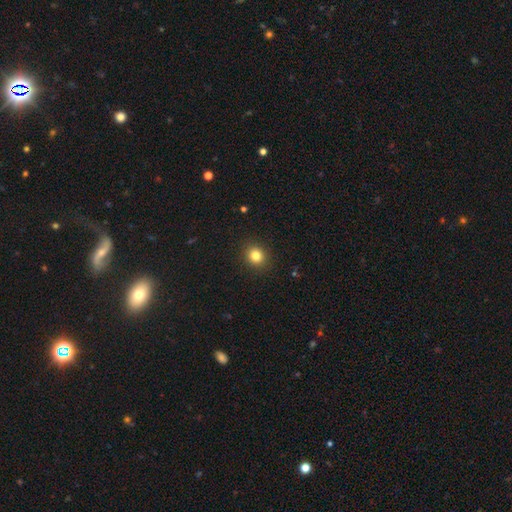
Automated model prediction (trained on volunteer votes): Overall: smooth (82%). How rounded: round (83%). Merging: none (91%).